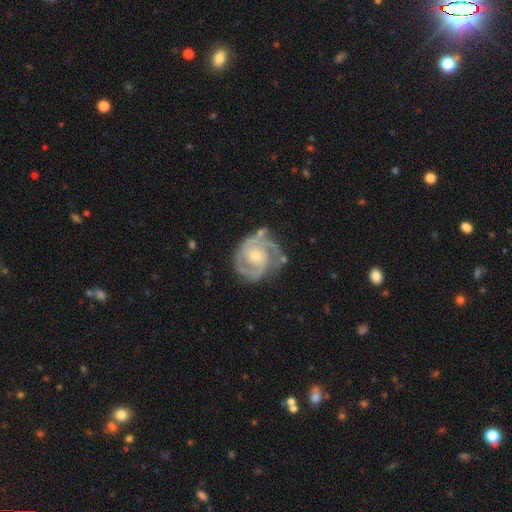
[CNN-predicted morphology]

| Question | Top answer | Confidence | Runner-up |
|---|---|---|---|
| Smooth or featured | featured or disk | 91% | smooth (5%) |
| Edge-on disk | no | 98% | yes (2%) |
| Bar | no | 65% | weak (28%) |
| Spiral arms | yes | 98% | no (2%) |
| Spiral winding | tight | 56% | medium (38%) |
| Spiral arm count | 2 | 63% | 3 (21%) |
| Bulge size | moderate | 49% | small (47%) |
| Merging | none | 67% | minor disturbance (22%) |